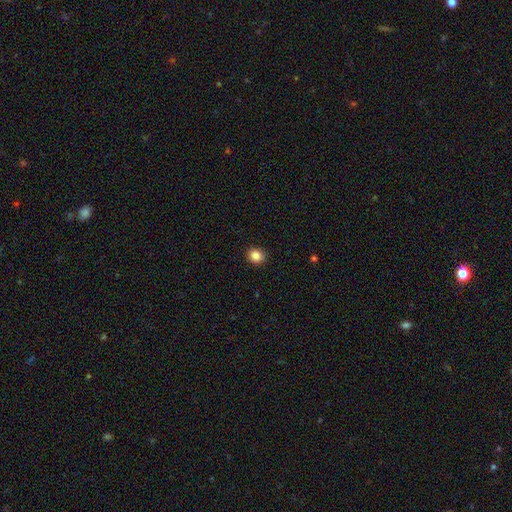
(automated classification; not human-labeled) smooth 85%, star or artifact 11%, featured or disk 4%. Down the decision tree: how rounded — round (82%); merging — none (92%).